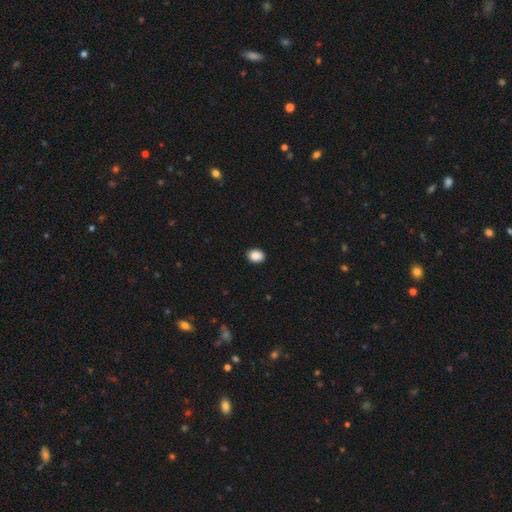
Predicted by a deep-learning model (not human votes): Smooth or featured?
  - smooth: 89% *
  - star or artifact: 8%
  - featured or disk: 3%
How rounded?
  - in between: 60% *
  - round: 39%
  - cigar-shaped: 1%
Merging?
  - none: 91% *
  - minor disturbance: 7%
  - major disturbance: 2%
  - merger: 1%